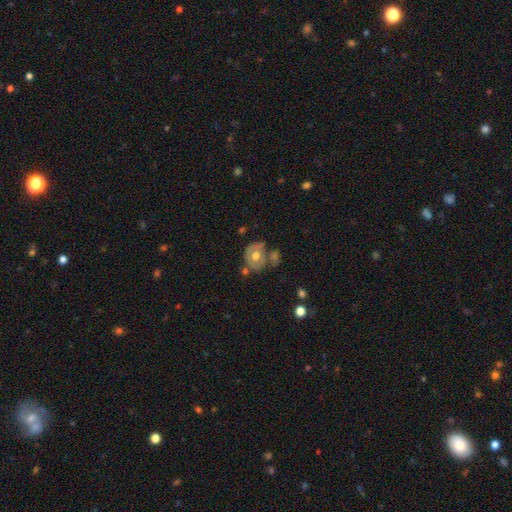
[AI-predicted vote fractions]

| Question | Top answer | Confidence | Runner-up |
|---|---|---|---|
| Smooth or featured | featured or disk | 49% | smooth (44%) |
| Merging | none | 49% | minor disturbance (21%) |